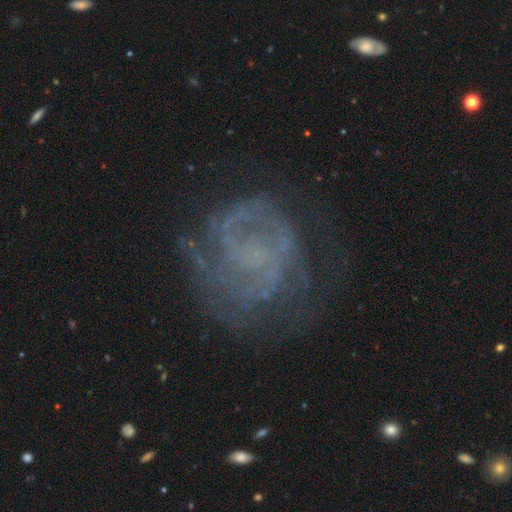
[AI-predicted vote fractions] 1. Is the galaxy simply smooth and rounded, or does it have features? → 74% featured or disk, 14% smooth, 12% star or artifact.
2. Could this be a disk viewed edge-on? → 98% no, 2% yes.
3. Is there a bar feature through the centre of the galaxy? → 69% no, 25% weak, 6% strong.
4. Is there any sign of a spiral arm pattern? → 77% yes, 23% no.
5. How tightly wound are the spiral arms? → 46% tight, 36% medium, 18% loose.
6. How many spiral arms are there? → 38% can't tell, 34% 2, 11% 3, 9% 1, 4% 4, 4% more than 4.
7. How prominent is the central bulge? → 61% none, 28% small, 9% moderate, 2% large, 1% dominant.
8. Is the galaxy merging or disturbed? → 63% none, 18% minor disturbance, 17% major disturbance, 2% merger.